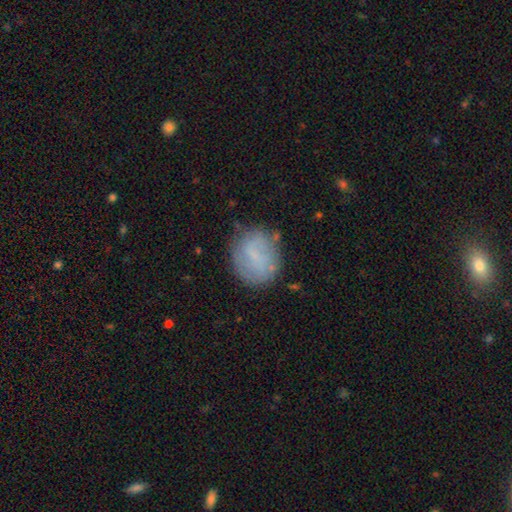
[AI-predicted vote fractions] The model was most divided on "how rounded": round: 66%, in between: 32%, cigar-shaped: 1%. More confident: merging — none (77%); smooth or featured — smooth (61%).